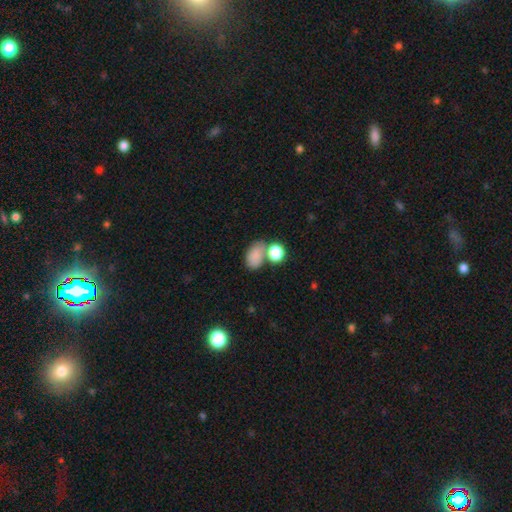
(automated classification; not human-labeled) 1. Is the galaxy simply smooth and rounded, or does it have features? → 82% smooth, 11% star or artifact, 8% featured or disk.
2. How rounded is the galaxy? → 80% in between, 18% round, 2% cigar-shaped.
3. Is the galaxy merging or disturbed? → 48% none, 29% merger, 16% minor disturbance, 7% major disturbance.